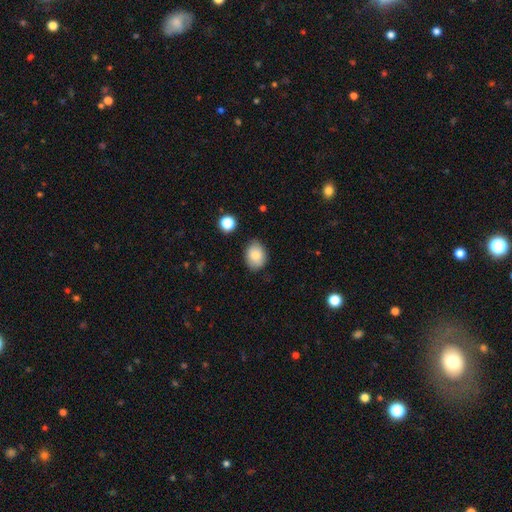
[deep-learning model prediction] Smooth or featured: smooth — 81% (featured or disk — 10%)
How rounded: in between — 67% (round — 32%)
Merging: none — 80% (minor disturbance — 16%)